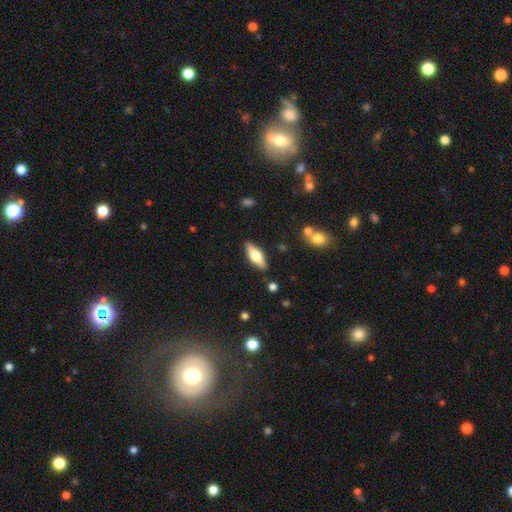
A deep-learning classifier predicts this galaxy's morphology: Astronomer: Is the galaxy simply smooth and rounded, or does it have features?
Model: smooth — 52% (runner-up: featured or disk, 41%).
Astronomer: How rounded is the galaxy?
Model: in between — 61% (runner-up: cigar-shaped, 36%).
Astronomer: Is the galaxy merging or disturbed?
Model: none — 87%.